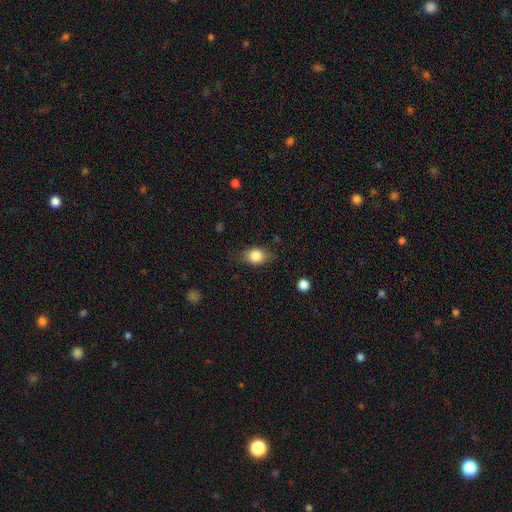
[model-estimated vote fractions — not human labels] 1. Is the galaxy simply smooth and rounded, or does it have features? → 82% smooth, 10% featured or disk, 8% star or artifact.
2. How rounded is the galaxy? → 66% in between, 32% round, 2% cigar-shaped.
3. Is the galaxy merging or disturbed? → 75% none, 19% minor disturbance, 5% major disturbance, 1% merger.